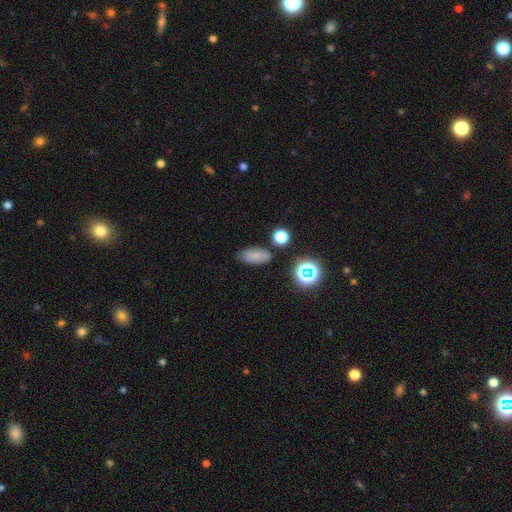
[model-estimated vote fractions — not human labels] smooth 74%, star or artifact 15%, featured or disk 11%. Down the decision tree: how rounded — in between (86%); merging — none (77%).